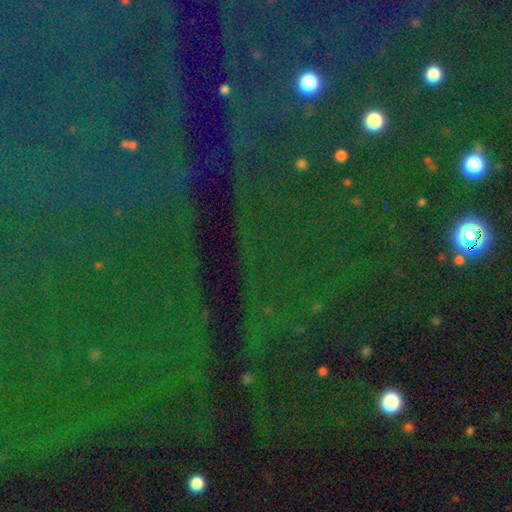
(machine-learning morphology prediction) Smooth or featured?
  - star or artifact: 85% *
  - smooth: 8%
  - featured or disk: 7%